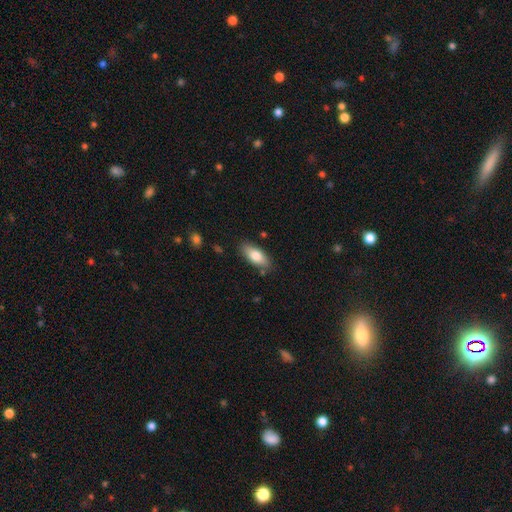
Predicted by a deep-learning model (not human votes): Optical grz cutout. It shows a smooth galaxy with no disk features (80%) that is in between round and cigar-shaped (82%). Merging: none (83%).